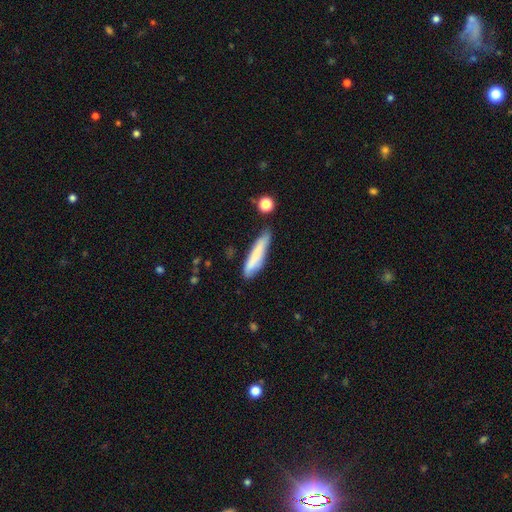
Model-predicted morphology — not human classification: A smooth galaxy with no disk features (72%) that is cigar-shaped (87%).

Vote fractions:
- Smooth or featured? smooth: 72% / featured or disk: 20% / star or artifact: 8%
- How rounded? cigar-shaped: 87% / in between: 11% / round: 1%
- Merging? none: 69% / minor disturbance: 22% / major disturbance: 5% / merger: 4%